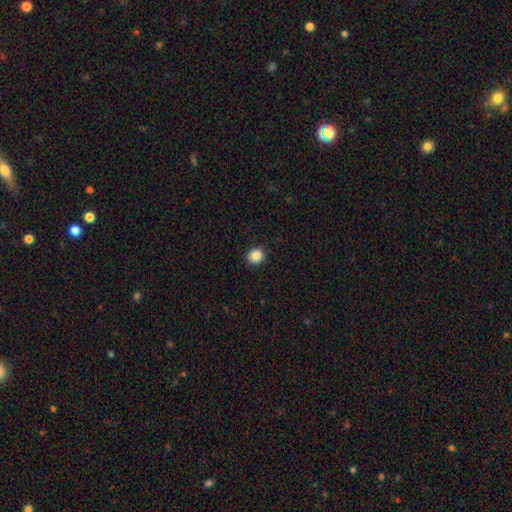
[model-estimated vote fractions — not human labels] Smooth or featured? Predicted: smooth (p=0.88). How rounded? Predicted: round (p=0.78). Merging? Predicted: none (p=0.91).